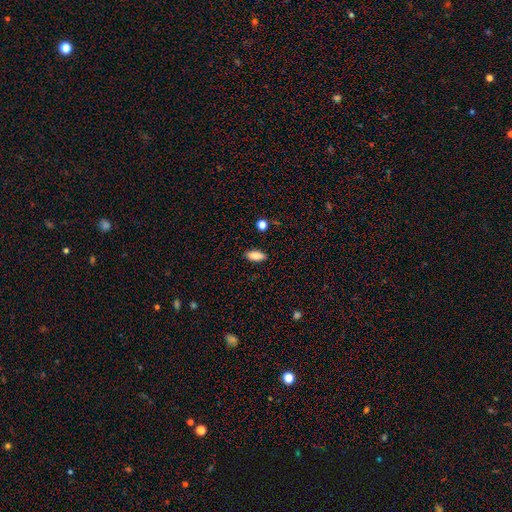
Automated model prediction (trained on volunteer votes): This appears to be a smooth galaxy with no disk features (86%) that is in between round and cigar-shaped (84%). Merging: none (88%).